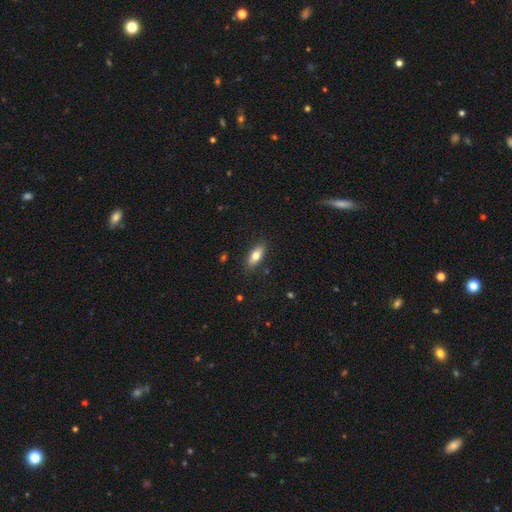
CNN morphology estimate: smooth 74%, featured or disk 19%, star or artifact 7%. Down the decision tree: how rounded — in between (76%); merging — none (87%).